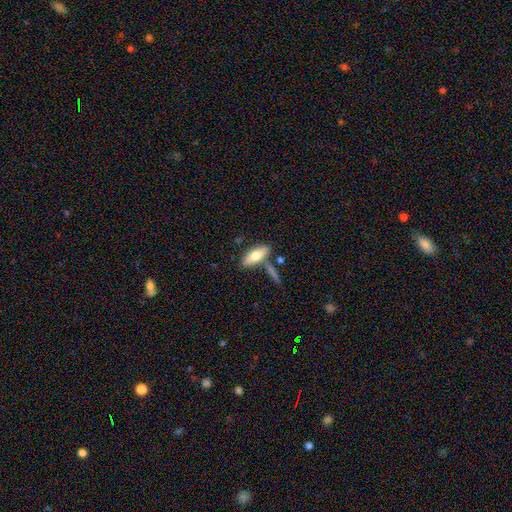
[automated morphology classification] A smooth galaxy with no disk features (71%) that is in between round and cigar-shaped (73%). Merging: none (67%).